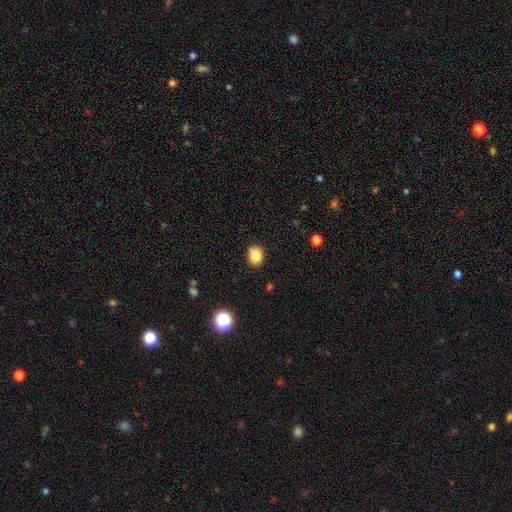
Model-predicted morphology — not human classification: smooth-or-featured: smooth: 82% | star or artifact: 11% | featured or disk: 8%
  how-rounded: round: 56% | in between: 43% | cigar-shaped: 1%
  merging: none: 85% | minor disturbance: 12% | major disturbance: 2% | merger: 2%